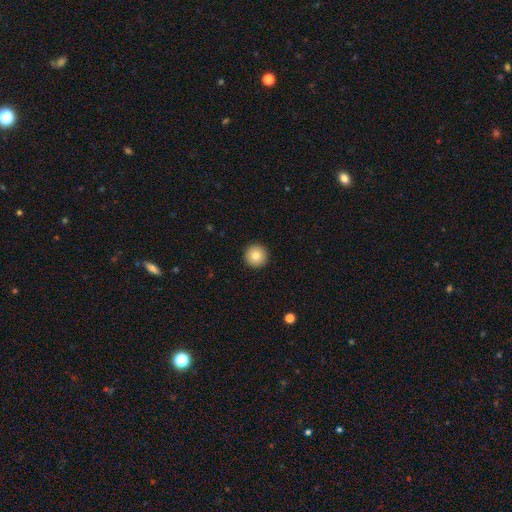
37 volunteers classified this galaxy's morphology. A smooth galaxy with no disk features (78%) that is round (97%). Merging: none (94%).